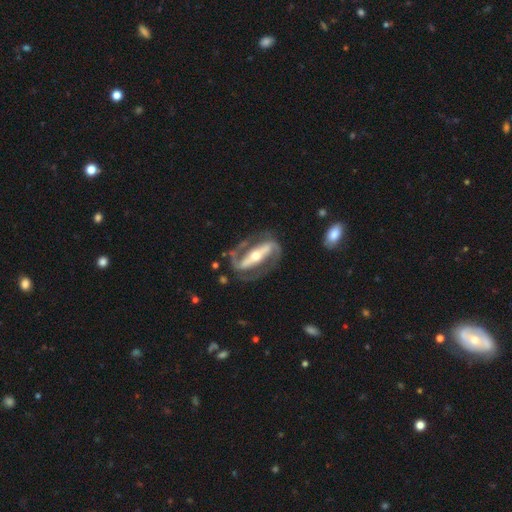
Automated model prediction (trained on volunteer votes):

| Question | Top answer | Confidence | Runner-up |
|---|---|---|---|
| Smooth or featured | featured or disk | 89% | smooth (7%) |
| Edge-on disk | no | 89% | yes (11%) |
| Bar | strong | 79% | weak (11%) |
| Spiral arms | yes | 91% | no (9%) |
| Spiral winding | medium | 49% | tight (33%) |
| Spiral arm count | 2 | 91% | can't tell (3%) |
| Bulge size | moderate | 61% | small (29%) |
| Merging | none | 75% | minor disturbance (13%) |